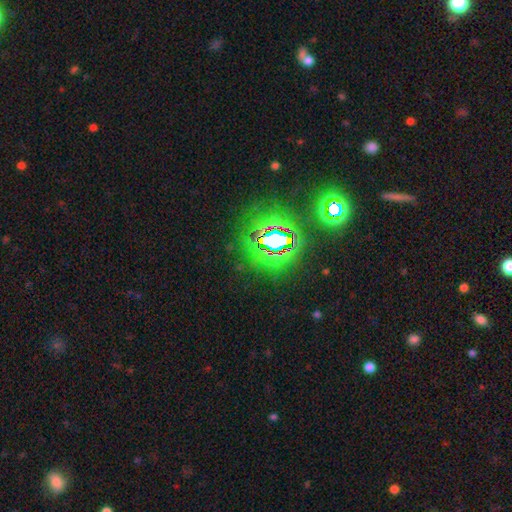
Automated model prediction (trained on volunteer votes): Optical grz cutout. It shows a star or artifact, not a galaxy (77%).